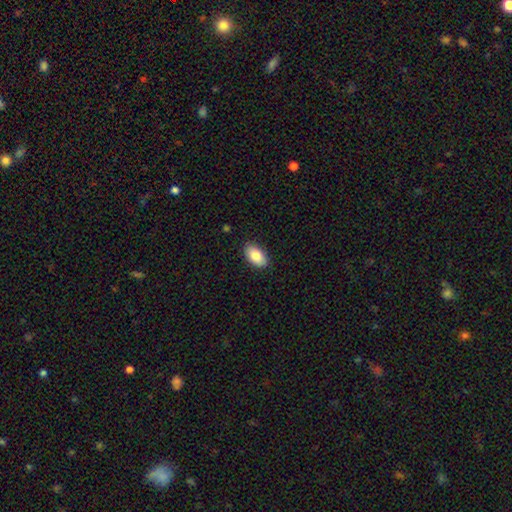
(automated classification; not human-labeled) smooth_or_featured: smooth (p=0.84) [alt: featured or disk p=0.09]
how_rounded: in between (p=0.94) [alt: round p=0.04]
merging: none (p=0.86) [alt: minor disturbance p=0.10]